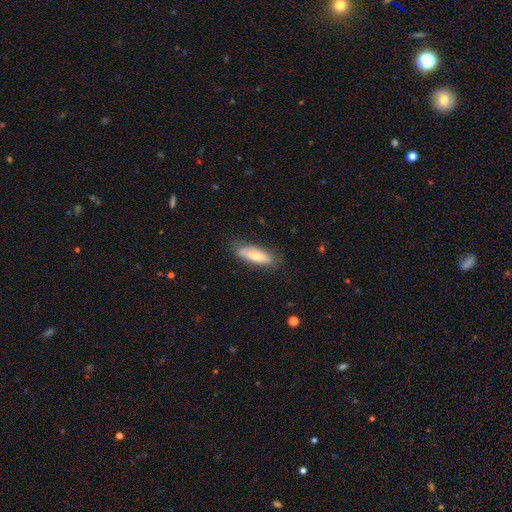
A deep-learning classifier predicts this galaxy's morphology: smooth_or_featured: smooth (p=0.62) [alt: featured or disk p=0.32]
how_rounded: in between (p=0.50) [alt: cigar-shaped p=0.48]
merging: none (p=0.80) [alt: minor disturbance p=0.15]